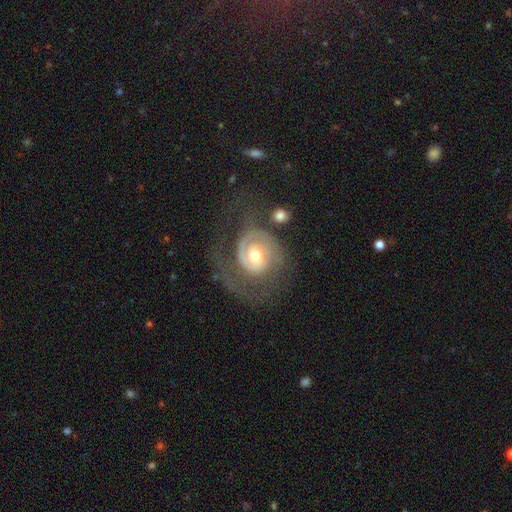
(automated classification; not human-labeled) Smooth or featured? featured or disk (84%)
Edge-on disk? no (98%)
Bar? no (65%)
Spiral arms? yes (92%)
Spiral winding? tight (63%)
Spiral arm count? 1 (38%)
Bulge size? moderate (67%)
Merging? none (48%)